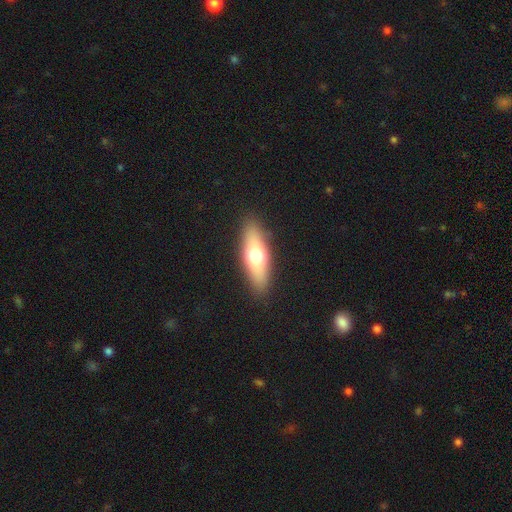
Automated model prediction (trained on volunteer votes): Morphology: type=smooth (63%); roundness=in between (55%); merging=none (89%).